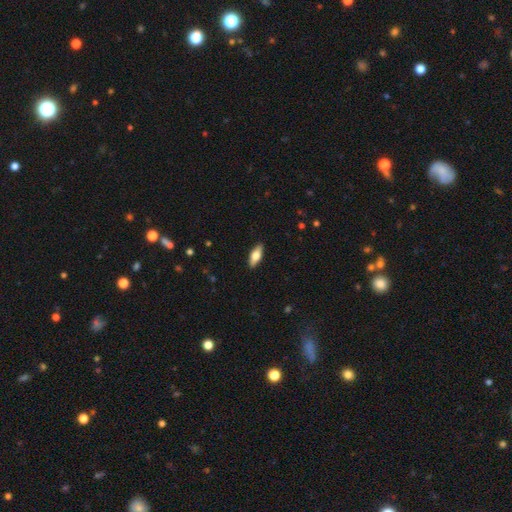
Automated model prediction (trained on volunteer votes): Smooth or featured: smooth — 67% (featured or disk — 27%)
How rounded: in between — 72% (cigar-shaped — 26%)
Merging: none — 90% (minor disturbance — 8%)